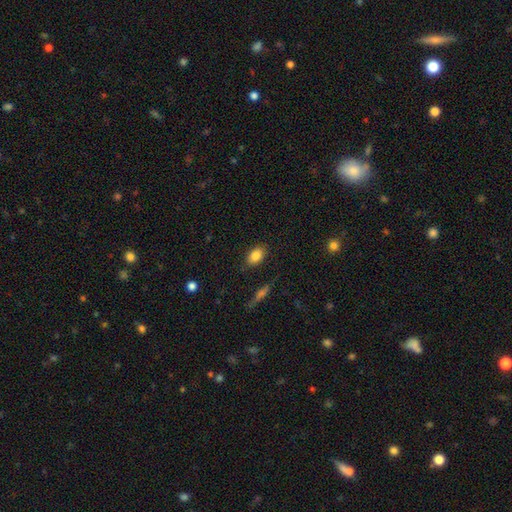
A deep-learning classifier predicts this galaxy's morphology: type=smooth (85%); roundness=in between (87%); merging=none (85%).